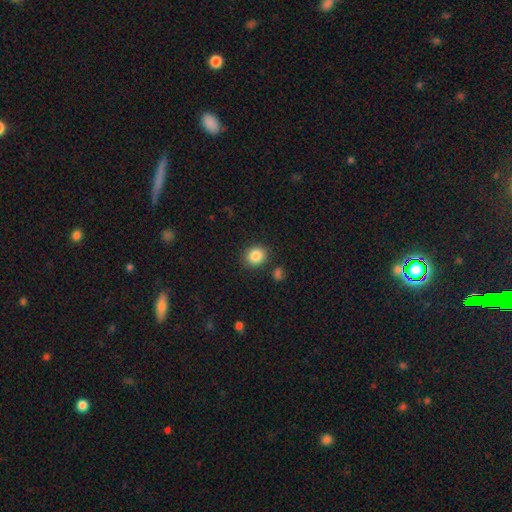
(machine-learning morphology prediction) This appears to be a smooth galaxy with no disk features (86%) that is round (78%). Merging: none (85%).